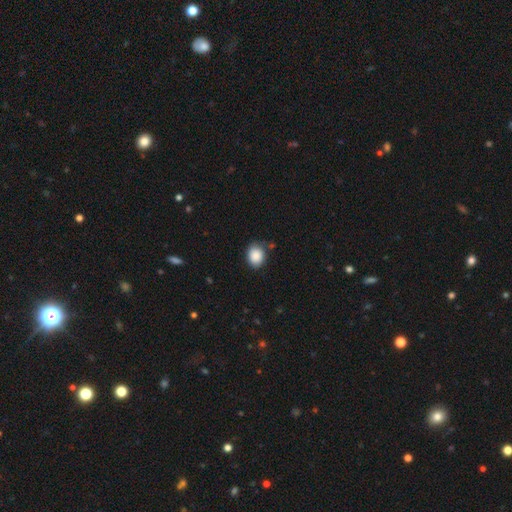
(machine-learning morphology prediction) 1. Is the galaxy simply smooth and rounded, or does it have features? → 88% smooth, 8% star or artifact, 5% featured or disk.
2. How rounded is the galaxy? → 59% round, 40% in between, 1% cigar-shaped.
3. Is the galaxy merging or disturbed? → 74% none, 19% minor disturbance, 4% major disturbance, 3% merger.